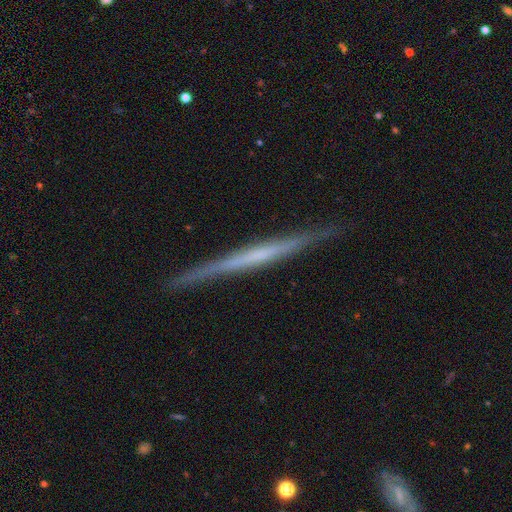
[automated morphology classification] A featured or disk galaxy (68%) viewed edge-on (98%) with no central bulge (80%).

Vote fractions:
- Smooth or featured? featured or disk: 68% / smooth: 26% / star or artifact: 6%
- Edge-on disk? yes: 98% / no: 2%
- Edge-on bulge? none: 80% / rounded: 12% / boxy: 8%
- Merging? none: 90% / minor disturbance: 7% / major disturbance: 1% / merger: 1%